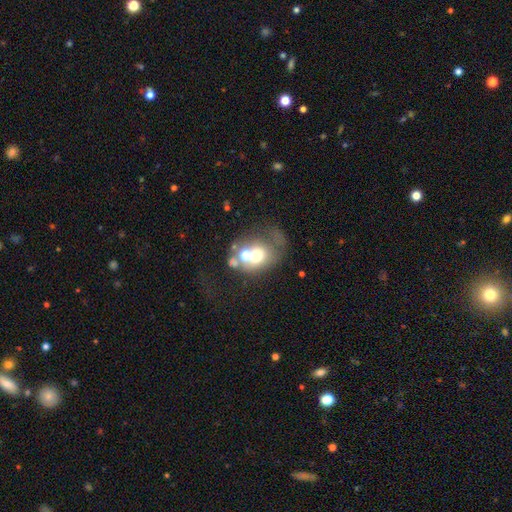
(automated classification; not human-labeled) A smooth galaxy with no disk features (50%) that is round (55%). Merging: merger (43%).